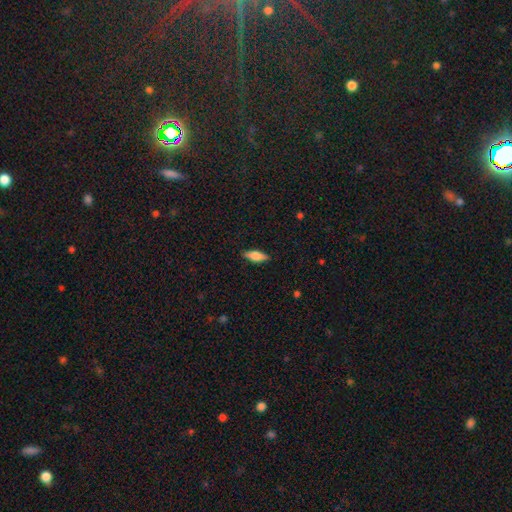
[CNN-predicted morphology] smooth-or-featured: smooth: 71% | featured or disk: 23% | star or artifact: 7%
  how-rounded: in between: 63% | cigar-shaped: 34% | round: 3%
  merging: none: 87% | minor disturbance: 10% | major disturbance: 2% | merger: 1%